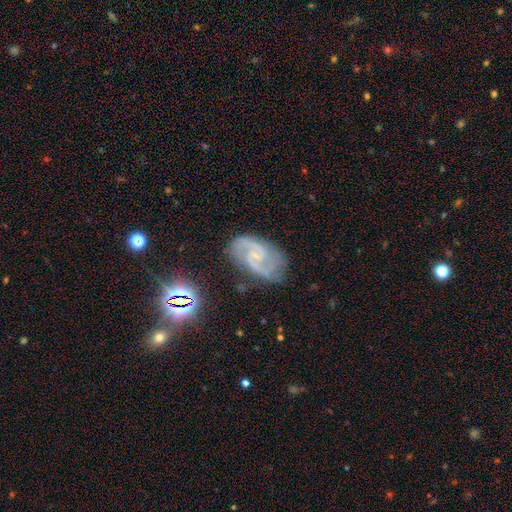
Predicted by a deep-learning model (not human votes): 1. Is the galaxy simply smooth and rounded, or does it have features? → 86% featured or disk, 7% star or artifact, 7% smooth.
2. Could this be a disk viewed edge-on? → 98% no, 2% yes.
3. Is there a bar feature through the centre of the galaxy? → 46% weak, 44% no, 10% strong.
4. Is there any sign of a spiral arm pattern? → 97% yes, 3% no.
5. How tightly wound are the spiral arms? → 56% medium, 24% tight, 20% loose.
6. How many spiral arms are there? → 88% 2, 4% can't tell, 3% 3, 2% 1, 1% 4, 1% more than 4.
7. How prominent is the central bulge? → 62% small, 24% none, 12% moderate, 1% large, 1% dominant.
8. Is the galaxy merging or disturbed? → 73% none, 18% minor disturbance, 7% major disturbance, 2% merger.